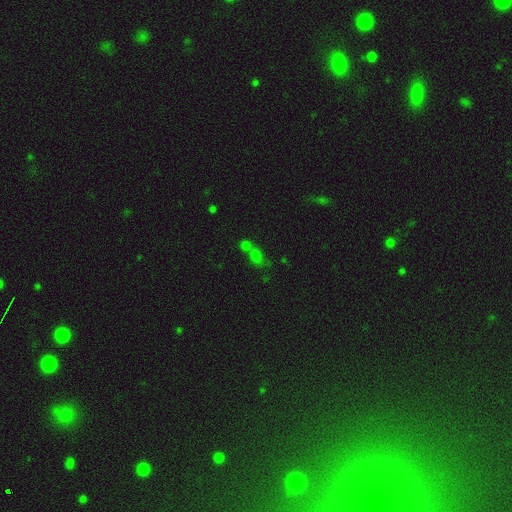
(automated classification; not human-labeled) A smooth galaxy with no disk features (64%) that is round (52%).

Vote fractions:
- Smooth or featured? smooth: 64% / star or artifact: 26% / featured or disk: 10%
- How rounded? round: 52% / in between: 45% / cigar-shaped: 3%
- Merging? merger: 43% / none: 41% / minor disturbance: 10% / major disturbance: 6%